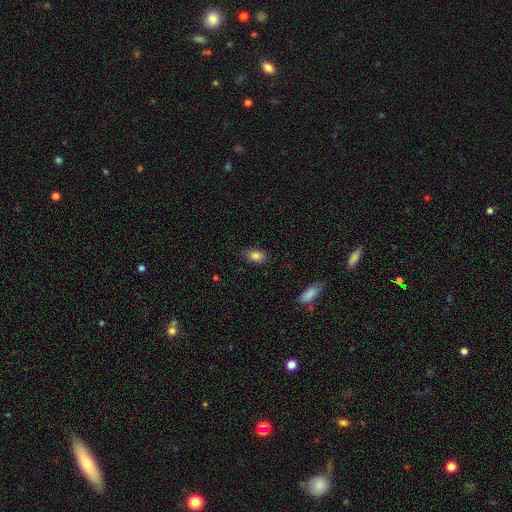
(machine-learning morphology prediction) A smooth galaxy with no disk features (84%) that is in between round and cigar-shaped (86%).

Vote fractions:
- Smooth or featured? smooth: 84% / star or artifact: 9% / featured or disk: 7%
- How rounded? in between: 86% / round: 11% / cigar-shaped: 2%
- Merging? none: 84% / minor disturbance: 12% / major disturbance: 3% / merger: 1%